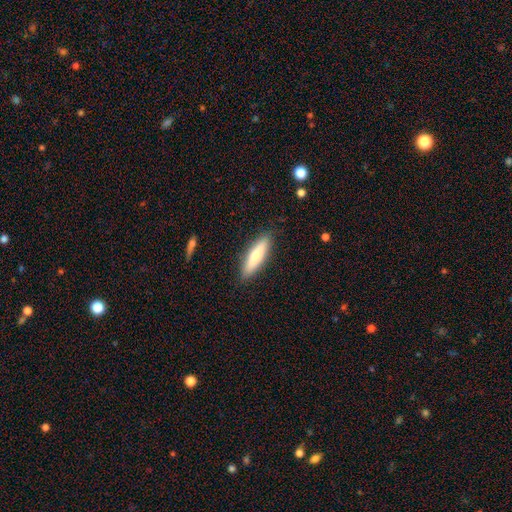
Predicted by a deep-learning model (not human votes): smooth-or-featured: smooth: 66% | featured or disk: 29% | star or artifact: 6%
  how-rounded: cigar-shaped: 66% | in between: 32% | round: 2%
  merging: none: 87% | minor disturbance: 9% | major disturbance: 2% | merger: 1%